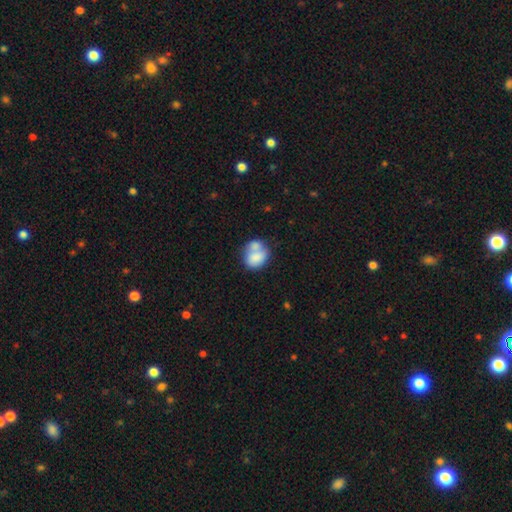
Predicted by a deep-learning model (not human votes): smooth_or_featured: smooth (p=0.74) [alt: featured or disk p=0.18]
how_rounded: in between (p=0.53) [alt: round p=0.46]
merging: merger (p=0.56) [alt: none p=0.25]